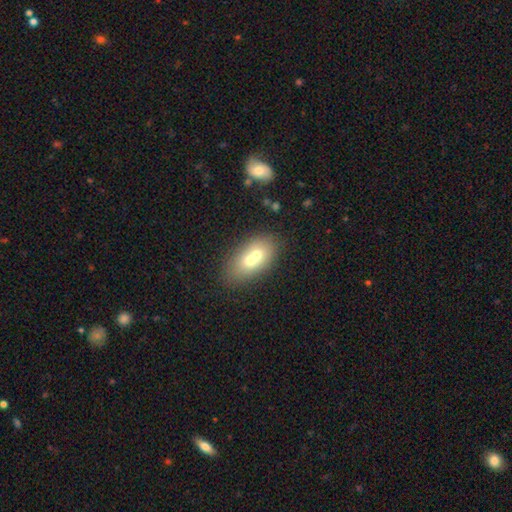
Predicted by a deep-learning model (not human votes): Smooth or featured: smooth — 61% (featured or disk — 30%)
How rounded: in between — 78% (round — 18%)
Merging: merger — 60% (none — 29%)